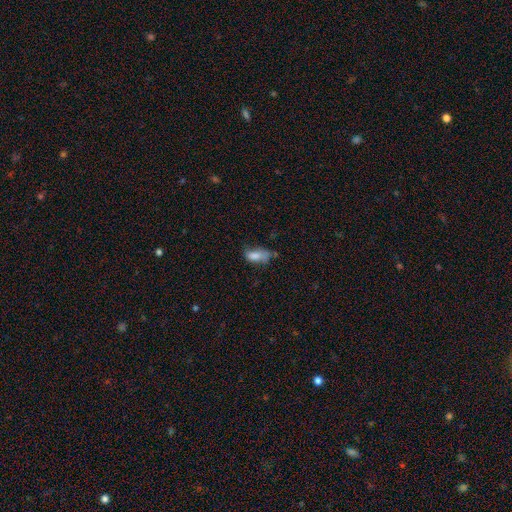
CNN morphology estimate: Smooth or featured: smooth — 74% (featured or disk — 16%)
How rounded: in between — 86% (cigar-shaped — 10%)
Merging: none — 36% (minor disturbance — 34%)